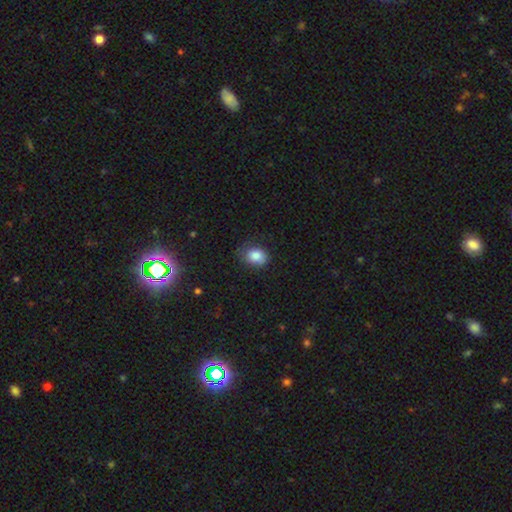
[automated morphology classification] smooth 83%, star or artifact 9%, featured or disk 8%. Down the decision tree: how rounded — in between (63%); merging — none (66%).